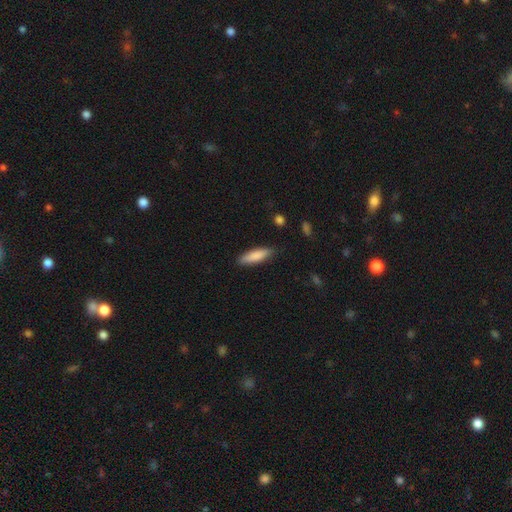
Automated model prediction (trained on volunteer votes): The model was most divided on "how rounded": cigar-shaped: 63%, in between: 35%, round: 2%. More confident: merging — none (86%); smooth or featured — smooth (83%).